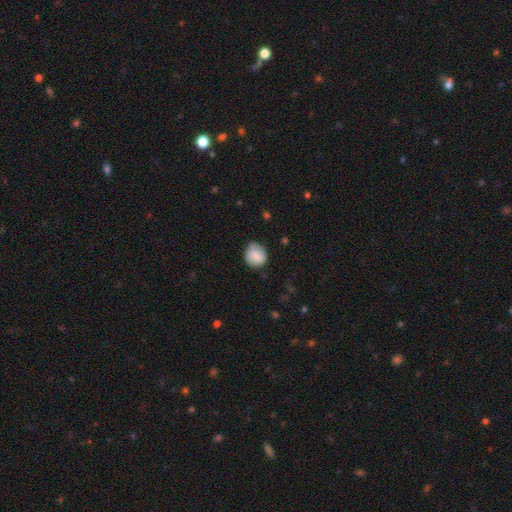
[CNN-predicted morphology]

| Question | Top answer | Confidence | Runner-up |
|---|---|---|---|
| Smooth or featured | smooth | 79% | featured or disk (14%) |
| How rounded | round | 77% | in between (22%) |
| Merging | none | 72% | minor disturbance (22%) |